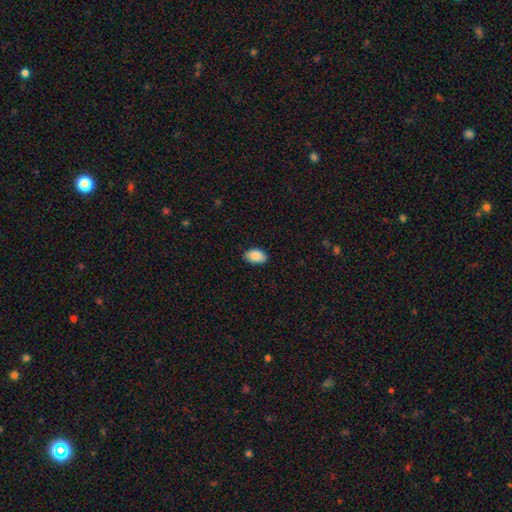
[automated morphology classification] smooth_or_featured: smooth (p=0.89) [alt: star or artifact p=0.07]
how_rounded: in between (p=0.91) [alt: round p=0.08]
merging: none (p=0.82) [alt: minor disturbance p=0.15]